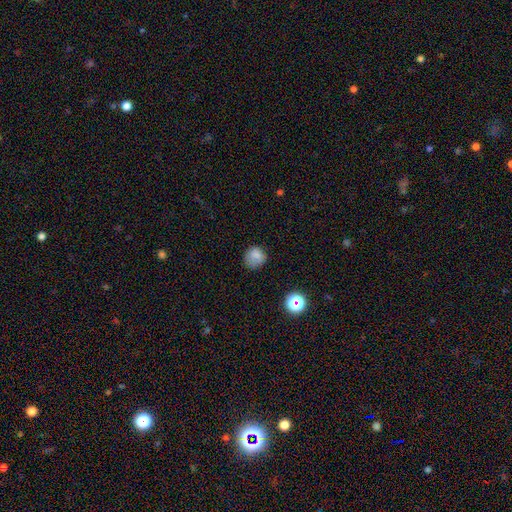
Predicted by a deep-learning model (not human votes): The model was most divided on "merging": none: 71%, minor disturbance: 21%, major disturbance: 7%, merger: 2%. More confident: how rounded — round (80%); smooth or featured — smooth (80%).